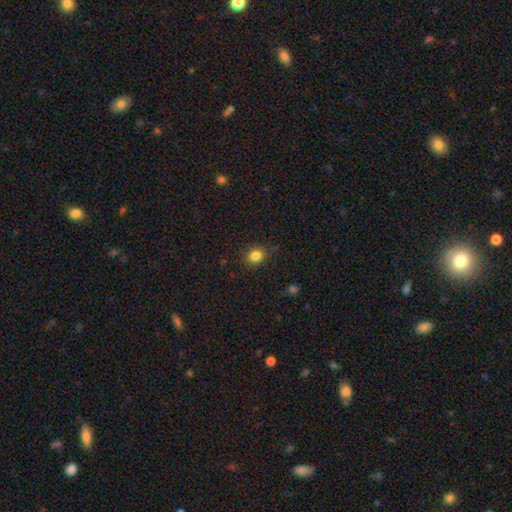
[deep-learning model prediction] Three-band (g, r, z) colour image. It shows a smooth galaxy with no disk features (84%) that is round (58%). Merging: none (84%).